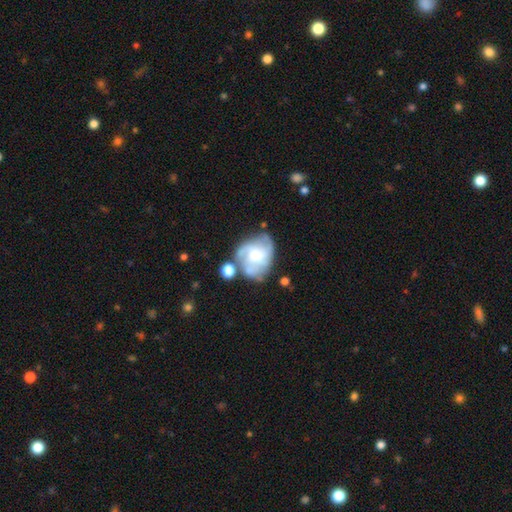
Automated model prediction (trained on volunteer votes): Overall: featured or disk (68%). Edge-on disk: no (97%). Bar: no (69%). Spiral arms: yes (82%). Spiral arm count: 3 (35%; can't tell 27%). Spiral winding: medium (44%; tight 31%). Bulge size: moderate (52%; small 32%). Merging: none (49%; minor disturbance 23%).